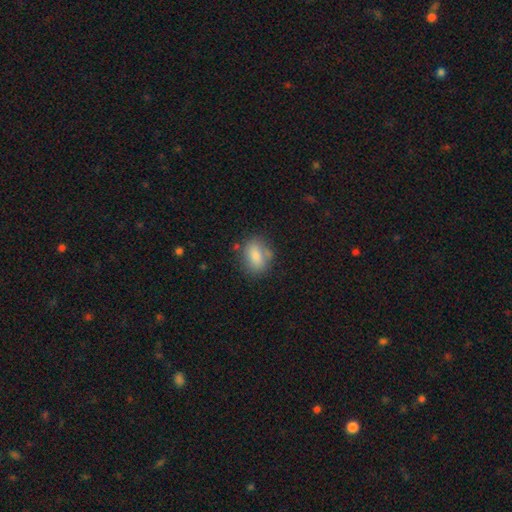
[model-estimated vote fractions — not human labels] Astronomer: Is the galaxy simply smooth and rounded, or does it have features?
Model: smooth — 79%.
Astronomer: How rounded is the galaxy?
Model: in between — 75%.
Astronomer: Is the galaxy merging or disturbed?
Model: none — 62%.